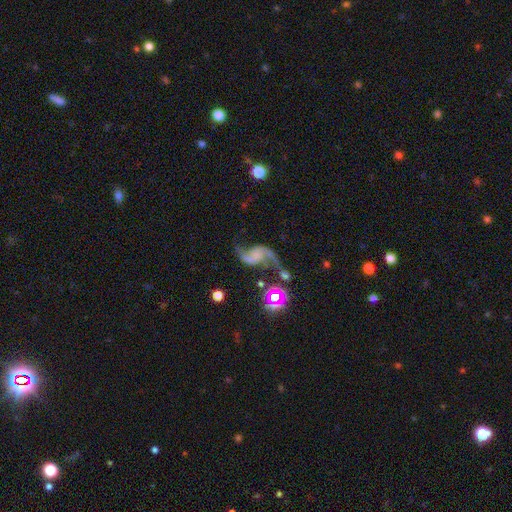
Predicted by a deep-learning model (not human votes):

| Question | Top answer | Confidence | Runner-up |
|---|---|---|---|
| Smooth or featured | featured or disk | 84% | star or artifact (9%) |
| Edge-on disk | no | 98% | yes (2%) |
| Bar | no | 59% | weak (29%) |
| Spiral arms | yes | 95% | no (5%) |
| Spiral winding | loose | 86% | medium (11%) |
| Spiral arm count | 2 | 92% | 1 (3%) |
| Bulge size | none | 66% | small (17%) |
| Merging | none | 57% | minor disturbance (18%) |